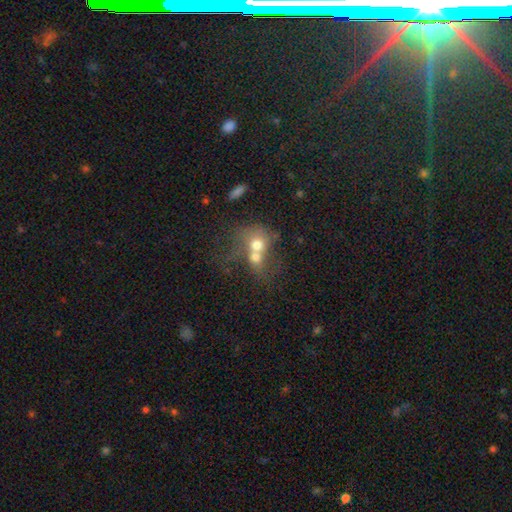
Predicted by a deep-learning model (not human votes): Morphology: type=smooth (61%); roundness=round (59%); merging=merger (73%).